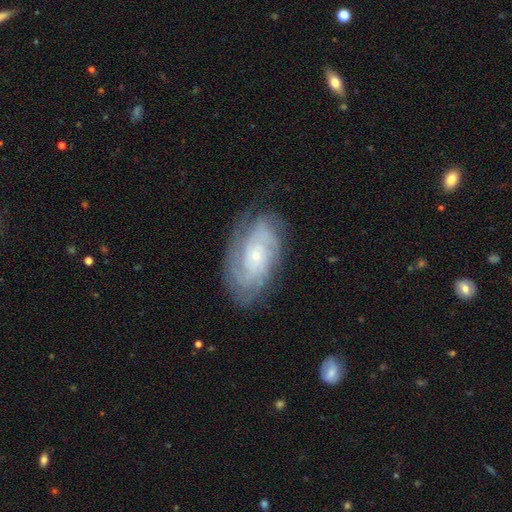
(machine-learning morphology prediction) Smooth or featured?
  - featured or disk: 82% *
  - smooth: 12%
  - star or artifact: 6%
Edge-on disk?
  - no: 95% *
  - yes: 5%
Bar?
  - no: 74% *
  - weak: 22%
  - strong: 5%
Spiral arms?
  - yes: 96% *
  - no: 4%
Spiral winding?
  - tight: 68% *
  - medium: 26%
  - loose: 6%
Spiral arm count?
  - can't tell: 34% *
  - 2: 20%
  - 3: 19%
  - 4: 15%
  - more than 4: 6%
  - 1: 5%
Bulge size?
  - small: 77% *
  - moderate: 18%
  - none: 2%
  - large: 1%
  - dominant: 1%
Merging?
  - none: 76% *
  - minor disturbance: 17%
  - major disturbance: 6%
  - merger: 1%